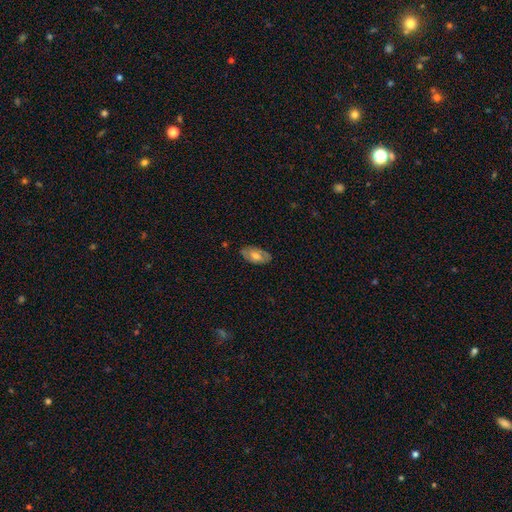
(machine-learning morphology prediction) smooth_or_featured: smooth (p=0.52) [alt: featured or disk p=0.42]
how_rounded: in between (p=0.92) [alt: round p=0.05]
merging: none (p=0.82) [alt: minor disturbance p=0.14]